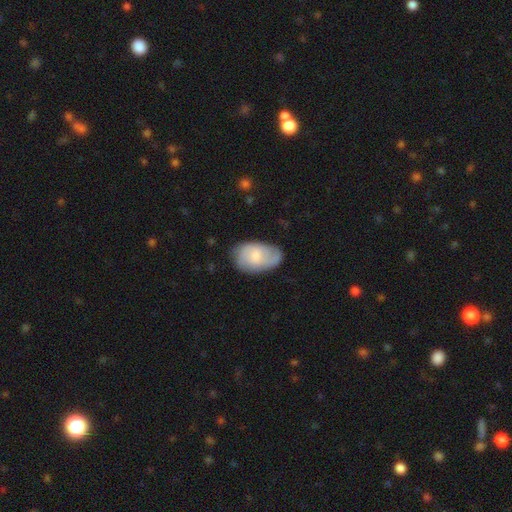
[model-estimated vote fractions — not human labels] A smooth galaxy with no disk features (53%) that is in between round and cigar-shaped (91%). Merging: none (65%).